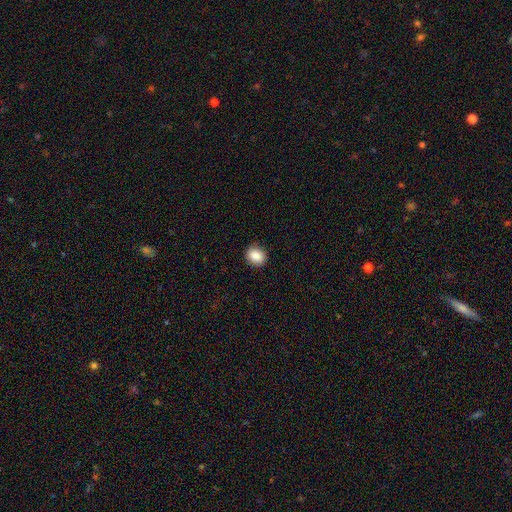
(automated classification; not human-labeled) smooth-or-featured: smooth: 85% | star or artifact: 9% | featured or disk: 6%
  how-rounded: round: 69% | in between: 30% | cigar-shaped: 1%
  merging: none: 89% | minor disturbance: 8% | major disturbance: 2% | merger: 1%